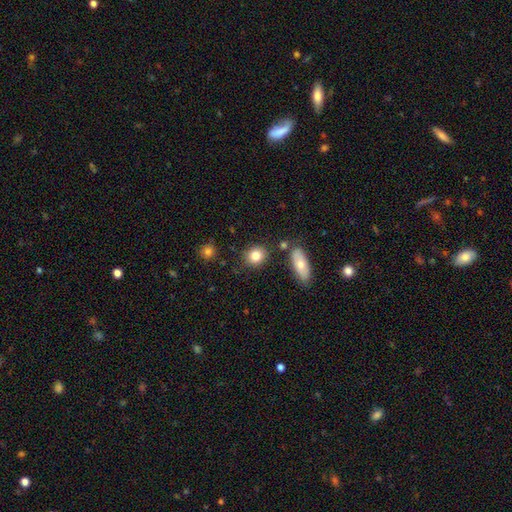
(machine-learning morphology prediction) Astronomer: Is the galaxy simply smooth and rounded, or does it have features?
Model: smooth — 82%.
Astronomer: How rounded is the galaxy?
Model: round — 68%.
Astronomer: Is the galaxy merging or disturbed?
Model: none — 81%.